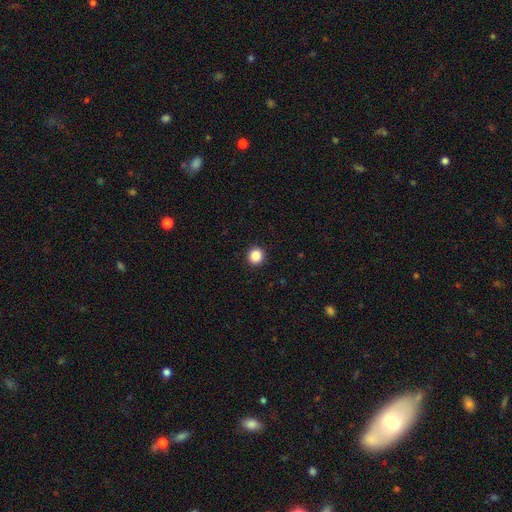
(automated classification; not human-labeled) A smooth galaxy with no disk features (87%) that is round (93%).

Vote fractions:
- Smooth or featured? smooth: 87% / star or artifact: 10% / featured or disk: 3%
- How rounded? round: 93% / in between: 6% / cigar-shaped: 1%
- Merging? none: 93% / minor disturbance: 4% / major disturbance: 2% / merger: 1%